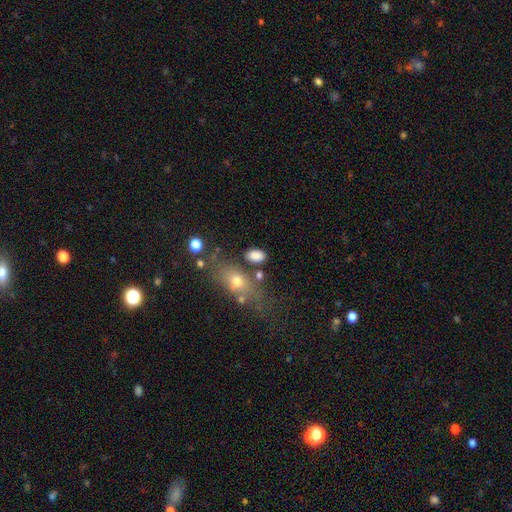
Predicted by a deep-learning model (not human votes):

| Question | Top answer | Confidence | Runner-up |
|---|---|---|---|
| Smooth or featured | smooth | 84% | star or artifact (9%) |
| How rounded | in between | 88% | round (10%) |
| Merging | none | 72% | minor disturbance (13%) |